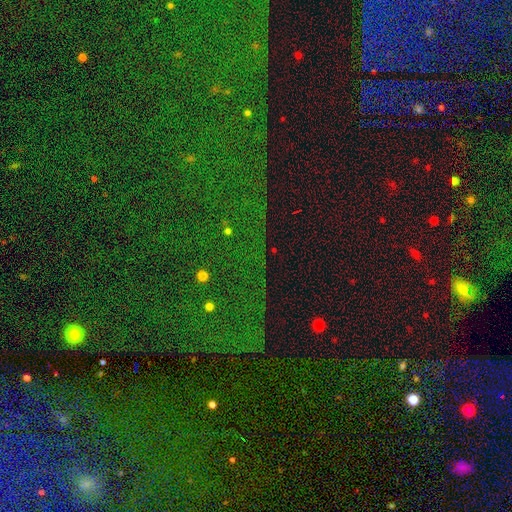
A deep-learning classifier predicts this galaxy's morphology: Smooth or featured? Predicted: star or artifact (p=0.83).